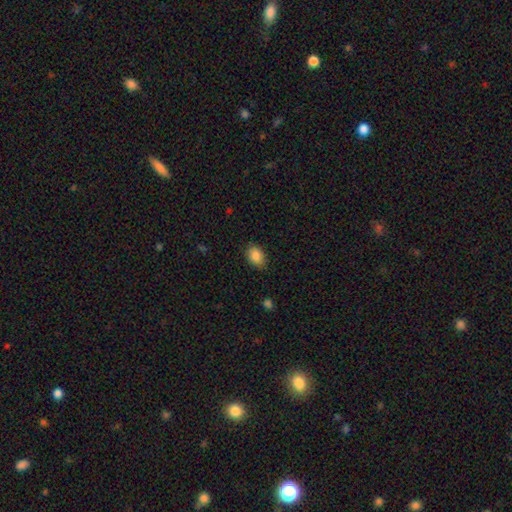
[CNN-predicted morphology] smooth 88%, star or artifact 8%, featured or disk 5%. Down the decision tree: how rounded — in between (77%); merging — none (83%).